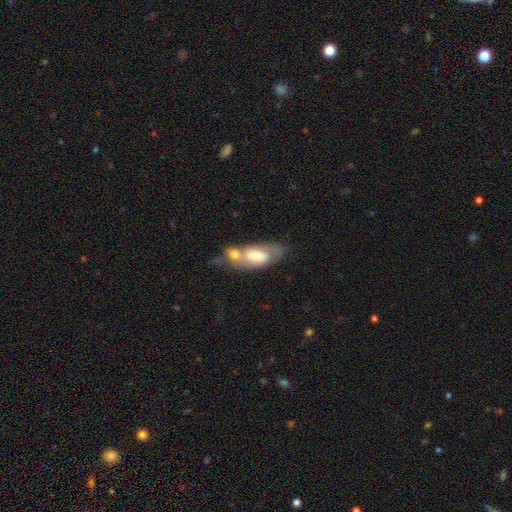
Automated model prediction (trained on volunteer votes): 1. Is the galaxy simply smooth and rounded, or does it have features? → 59% smooth, 35% featured or disk, 6% star or artifact.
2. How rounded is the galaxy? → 87% in between, 9% cigar-shaped, 4% round.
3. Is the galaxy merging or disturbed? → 61% merger, 20% none, 11% minor disturbance, 8% major disturbance.